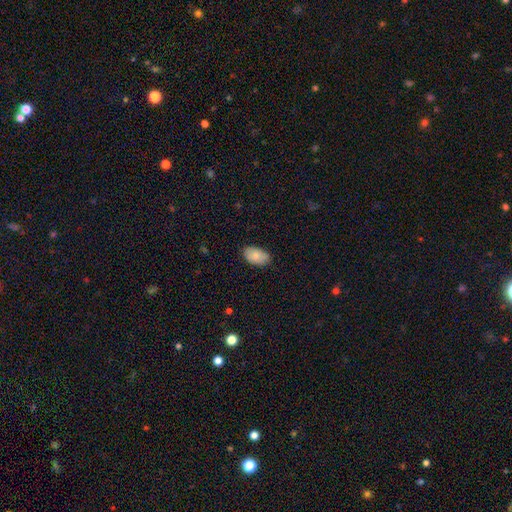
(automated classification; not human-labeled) Smooth or featured: smooth — 80% (featured or disk — 13%)
How rounded: in between — 93% (round — 6%)
Merging: none — 81% (minor disturbance — 16%)